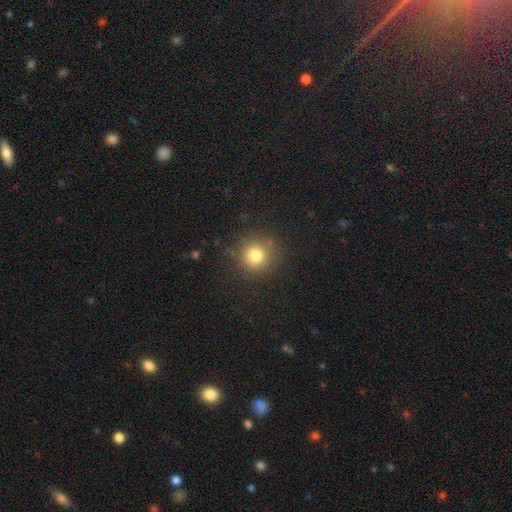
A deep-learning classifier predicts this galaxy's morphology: Overall: smooth (78%). How rounded: round (93%). Merging: none (84%).